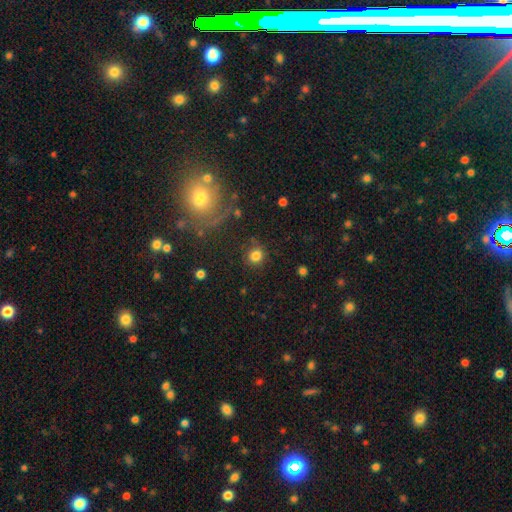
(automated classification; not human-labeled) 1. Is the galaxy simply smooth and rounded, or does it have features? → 82% smooth, 12% star or artifact, 6% featured or disk.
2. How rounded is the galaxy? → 87% round, 12% in between, 1% cigar-shaped.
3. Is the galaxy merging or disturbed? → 79% none, 13% minor disturbance, 5% major disturbance, 3% merger.